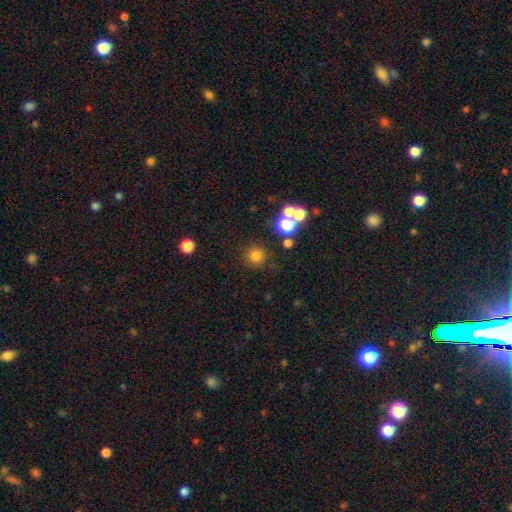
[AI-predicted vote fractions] The model was most divided on "smooth or featured": smooth: 75%, star or artifact: 18%, featured or disk: 7%. More confident: how rounded — round (95%); merging — none (83%).